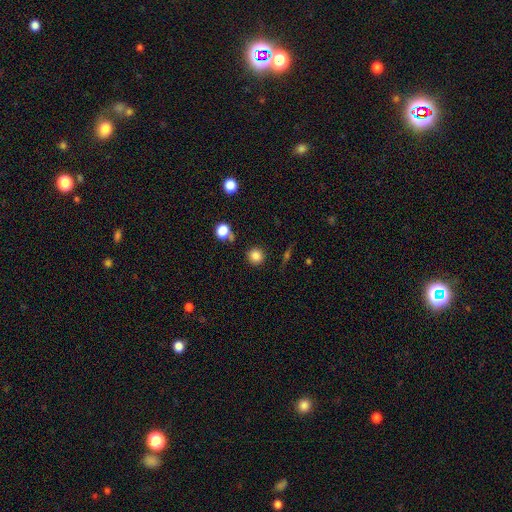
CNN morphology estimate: smooth 83%, star or artifact 12%, featured or disk 5%. Down the decision tree: how rounded — round (93%); merging — none (84%).